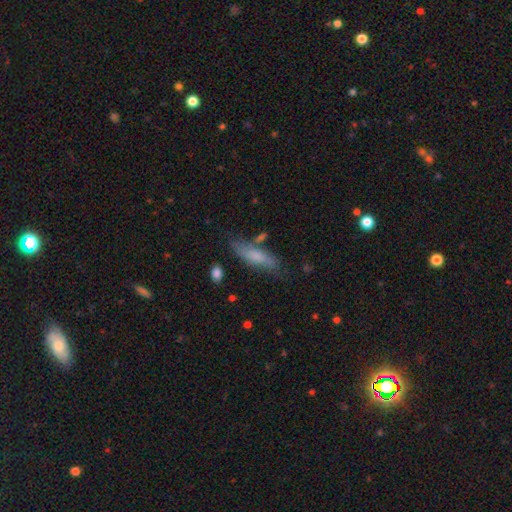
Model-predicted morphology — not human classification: Overall: smooth (70%). How rounded: cigar-shaped (60%; in between 38%). Merging: none (68%).